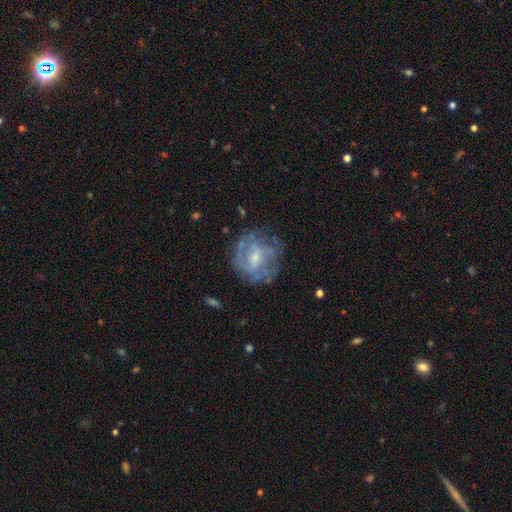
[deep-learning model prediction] featured or disk 69%, smooth 22%, star or artifact 9%. Down the decision tree: edge-on disk — no (97%); bar — weak (52%); spiral arms — yes (68%); bulge size — small (44%); merging — none (65%).